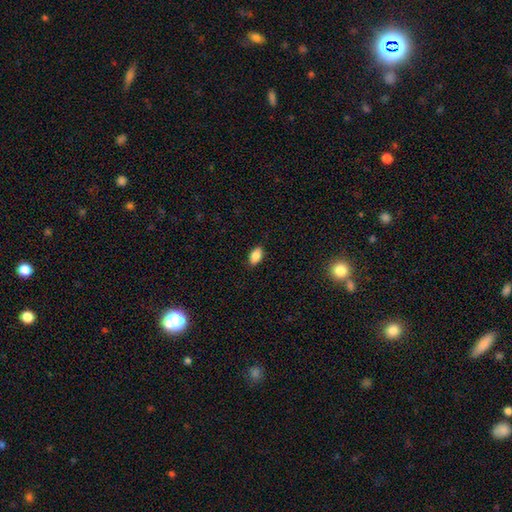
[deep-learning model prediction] smooth-or-featured: smooth: 86% | star or artifact: 8% | featured or disk: 6%
  how-rounded: in between: 91% | round: 5% | cigar-shaped: 3%
  merging: none: 86% | minor disturbance: 11% | major disturbance: 2% | merger: 1%